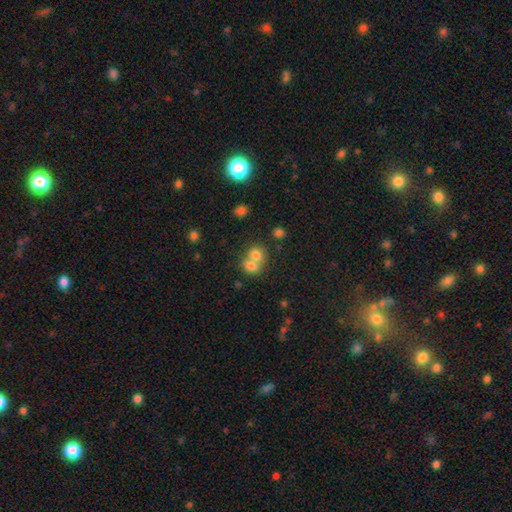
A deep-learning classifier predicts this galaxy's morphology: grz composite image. It shows a smooth galaxy with no disk features (74%) that is round (63%). Merging: merger (66%).